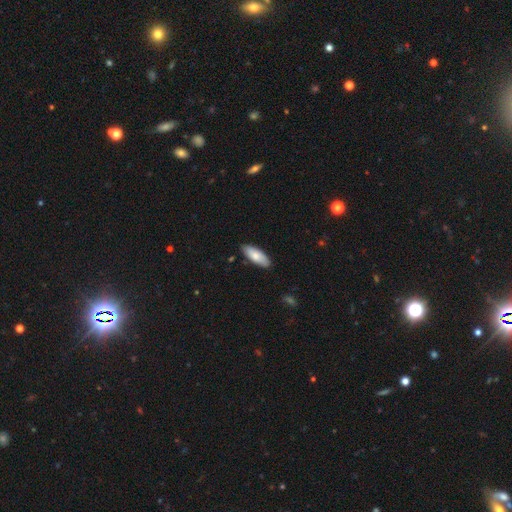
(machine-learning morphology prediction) The model was most divided on "how rounded": in between: 76%, cigar-shaped: 23%, round: 2%. More confident: merging — none (85%); smooth or featured — smooth (78%).